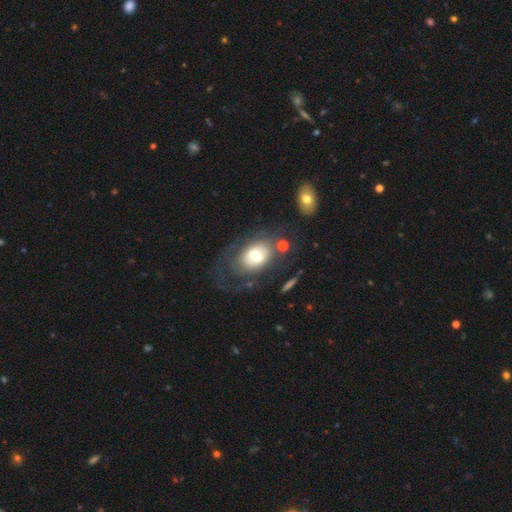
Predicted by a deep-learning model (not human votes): Q: Smooth or featured?
A: smooth (49%); runner-up: featured or disk (43%)
Q: Merging?
A: none (48%); runner-up: major disturbance (26%)